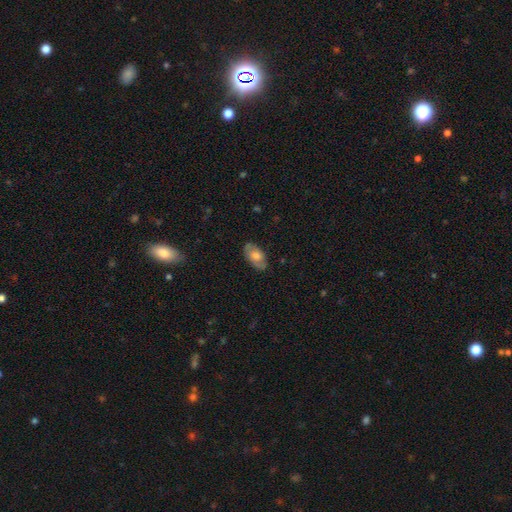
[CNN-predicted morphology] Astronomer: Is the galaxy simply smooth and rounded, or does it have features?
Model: smooth — 57% (runner-up: featured or disk, 36%).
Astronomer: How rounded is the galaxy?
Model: in between — 92%.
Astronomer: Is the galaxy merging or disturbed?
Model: none — 78%.